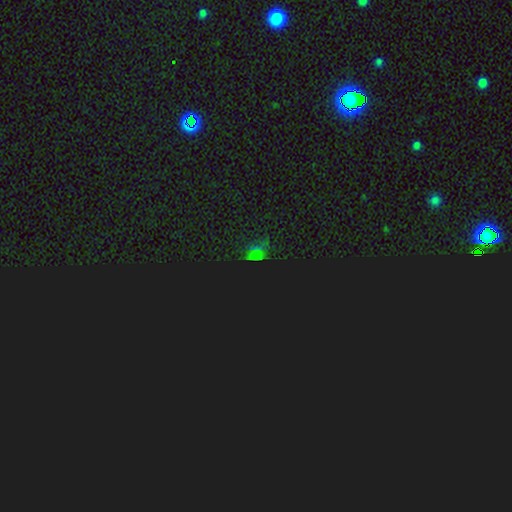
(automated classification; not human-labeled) The model was most divided on "smooth or featured": star or artifact: 71%, smooth: 19%, featured or disk: 10%.